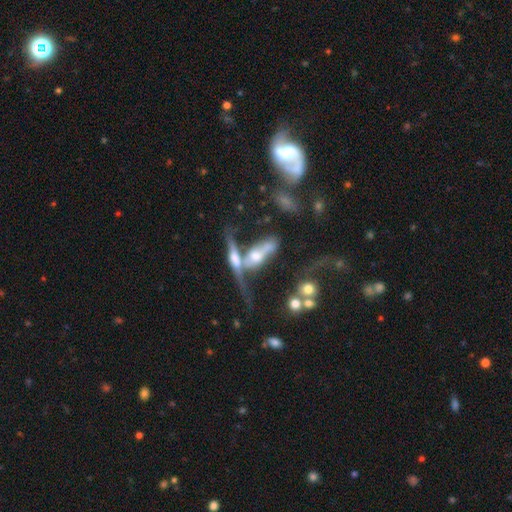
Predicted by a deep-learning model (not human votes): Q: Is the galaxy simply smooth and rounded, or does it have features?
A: featured or disk — 62%.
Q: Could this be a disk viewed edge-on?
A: yes — 57%.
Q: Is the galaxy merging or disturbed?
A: merger — 59%.